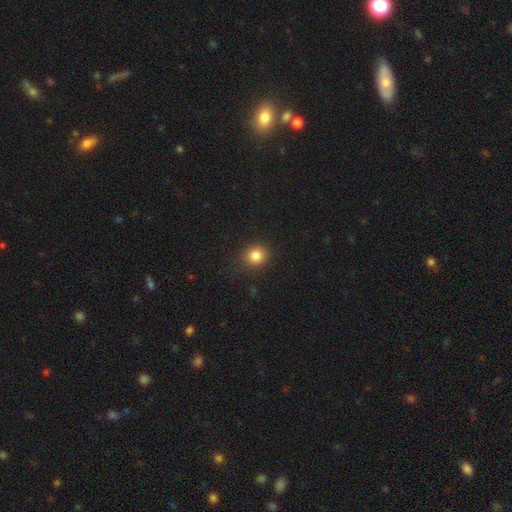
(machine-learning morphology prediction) Smooth or featured? Predicted: smooth (p=0.84). How rounded? Predicted: round (p=0.84). Merging? Predicted: none (p=0.87).